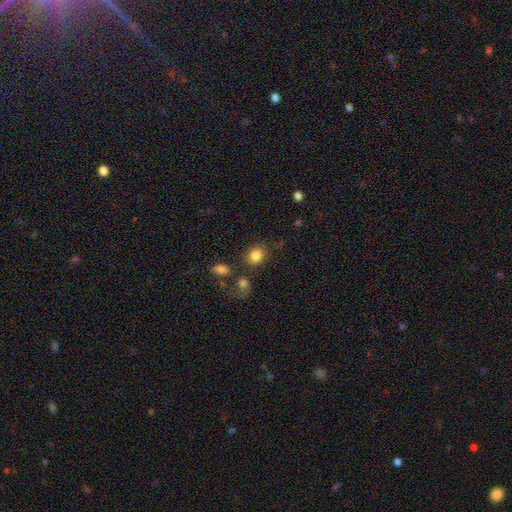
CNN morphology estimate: Smooth or featured?
  - smooth: 84% *
  - star or artifact: 10%
  - featured or disk: 6%
How rounded?
  - round: 62% *
  - in between: 37%
  - cigar-shaped: 1%
Merging?
  - none: 74% *
  - minor disturbance: 12%
  - merger: 9%
  - major disturbance: 5%